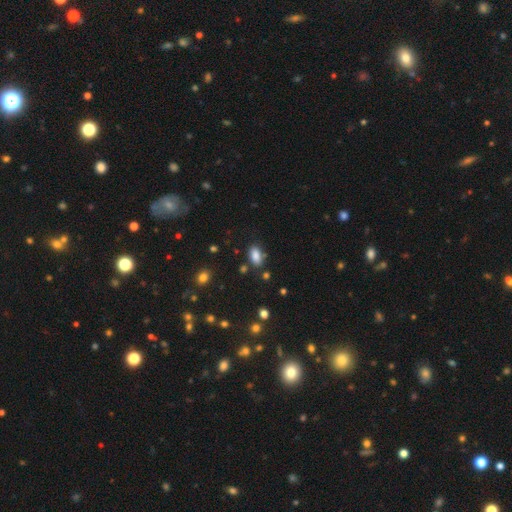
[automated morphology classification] smooth_or_featured: smooth (p=0.86) [alt: star or artifact p=0.09]
how_rounded: in between (p=0.91) [alt: round p=0.05]
merging: none (p=0.80) [alt: minor disturbance p=0.13]